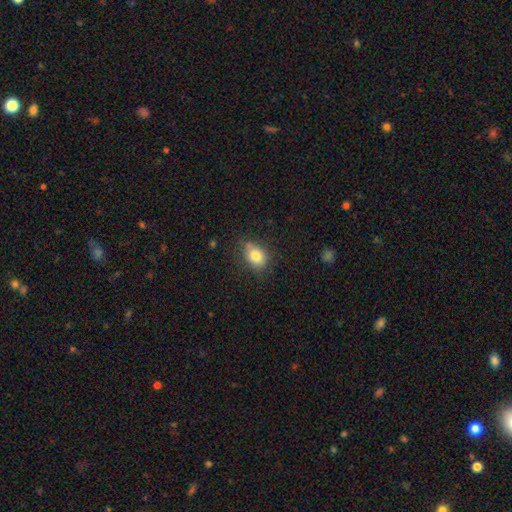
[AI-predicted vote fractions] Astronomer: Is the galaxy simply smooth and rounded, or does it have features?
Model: smooth — 81%.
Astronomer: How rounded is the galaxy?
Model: in between — 67%.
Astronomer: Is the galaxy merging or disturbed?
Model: none — 71%.